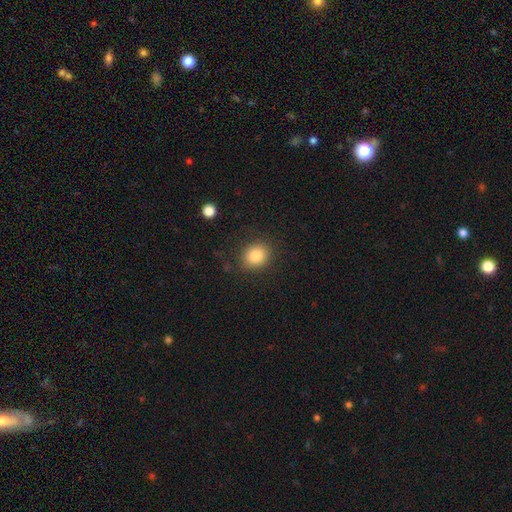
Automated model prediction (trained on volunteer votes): A smooth galaxy with no disk features (84%) that is round (67%). Merging: none (85%).